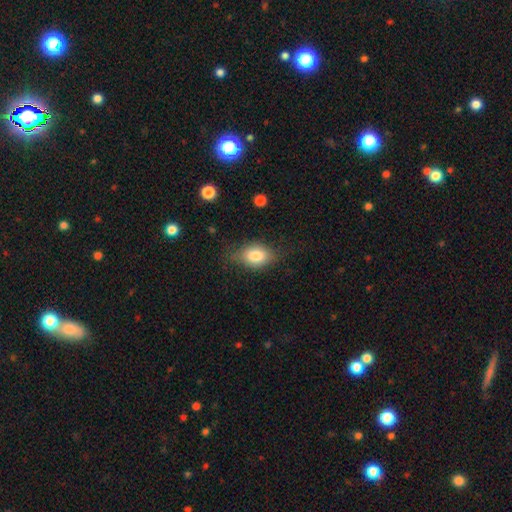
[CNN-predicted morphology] smooth 77%, featured or disk 15%, star or artifact 8%. Down the decision tree: how rounded — in between (79%); merging — none (65%).